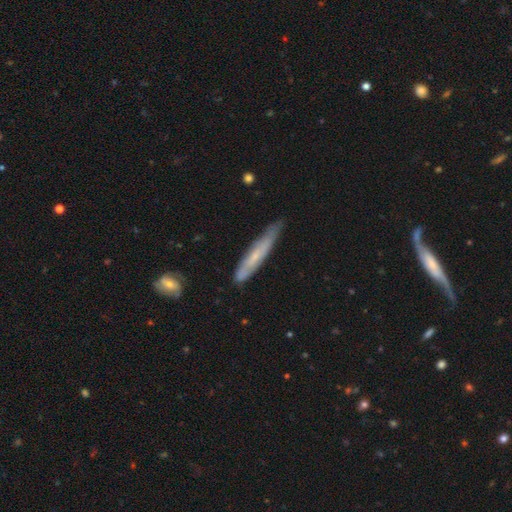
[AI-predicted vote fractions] Q: Smooth or featured?
A: smooth (47%); tied with: featured or disk (47%)
Q: Merging?
A: none (67%); runner-up: minor disturbance (26%)